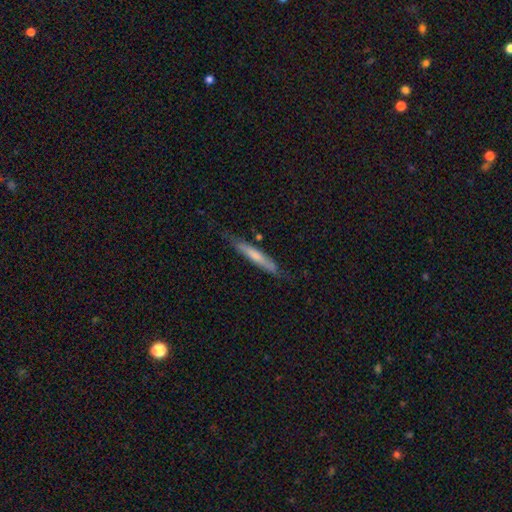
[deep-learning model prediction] This is possibly a smooth galaxy (55%). How rounded: clearly cigar-shaped (93%). Merging: likely none (73%).